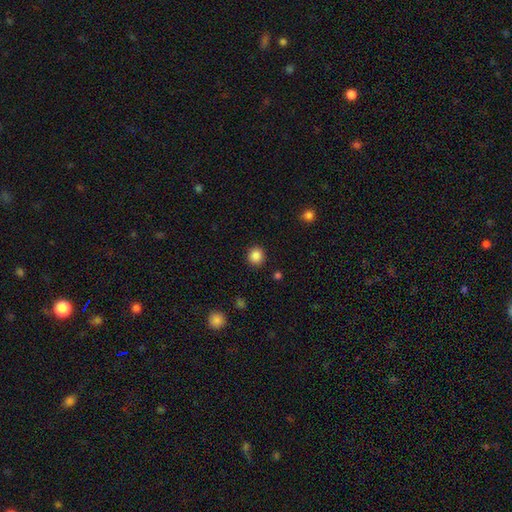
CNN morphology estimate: Smooth or featured? smooth (86%)
How rounded? round (90%)
Merging? none (91%)